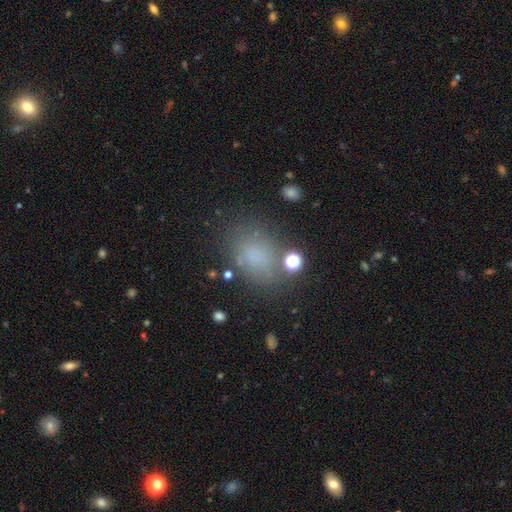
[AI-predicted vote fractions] This appears to be a smooth galaxy with no disk features (71%) that is in between round and cigar-shaped (60%). Merging: none (70%).